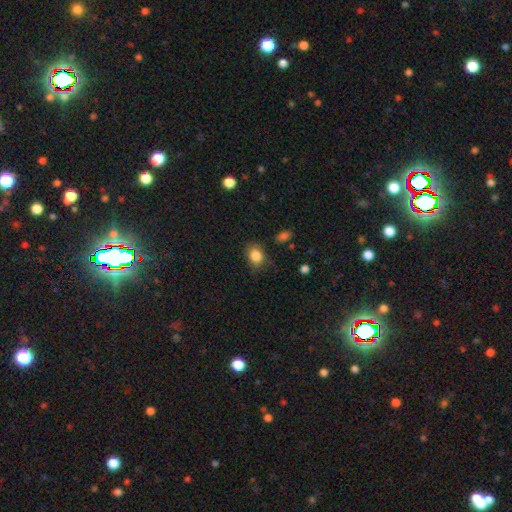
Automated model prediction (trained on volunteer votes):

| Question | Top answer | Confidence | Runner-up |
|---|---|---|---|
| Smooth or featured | smooth | 85% | star or artifact (9%) |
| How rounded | in between | 56% | round (43%) |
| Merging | none | 70% | minor disturbance (22%) |